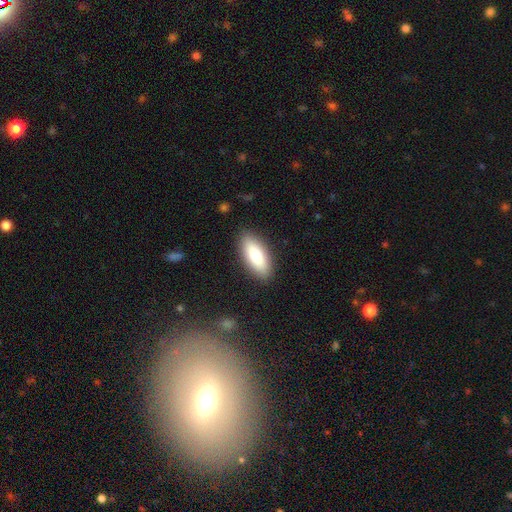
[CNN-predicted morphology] A smooth galaxy with no disk features (82%) that is in between round and cigar-shaped (79%). Merging: none (88%).